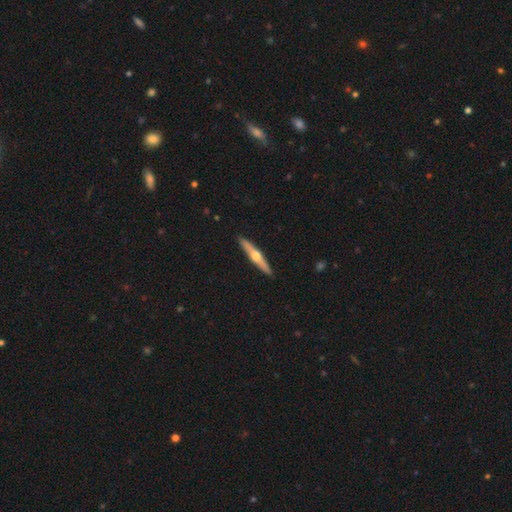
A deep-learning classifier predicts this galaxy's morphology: type=featured or disk (66%); edge-on=yes (97%); edge-on bulge=rounded (94%); merging=none (92%).